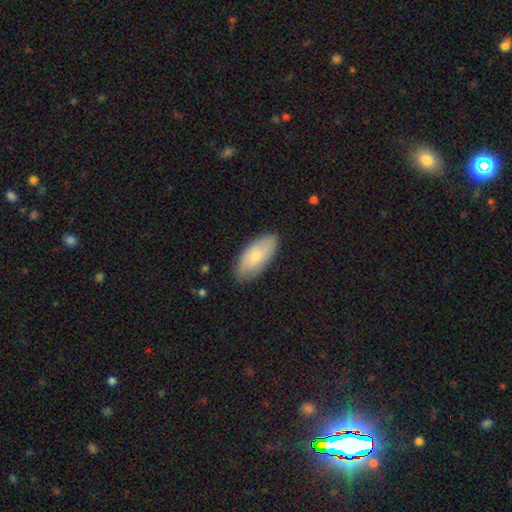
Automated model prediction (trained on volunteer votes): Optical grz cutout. It shows a smooth galaxy with no disk features (75%) that is in between round and cigar-shaped (90%). Merging: none (85%).